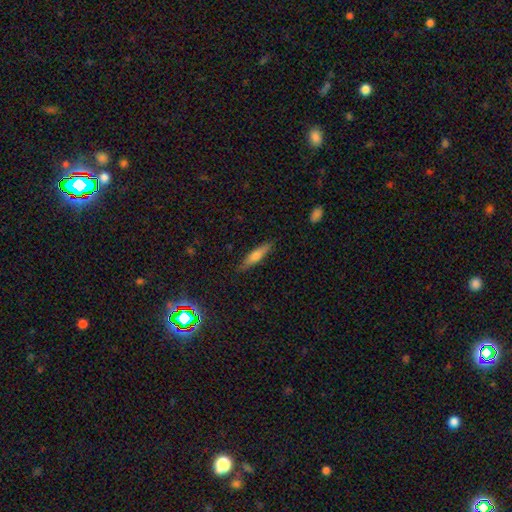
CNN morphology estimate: Overall: smooth (63%; featured or disk 30%). How rounded: cigar-shaped (80%). Merging: none (86%).